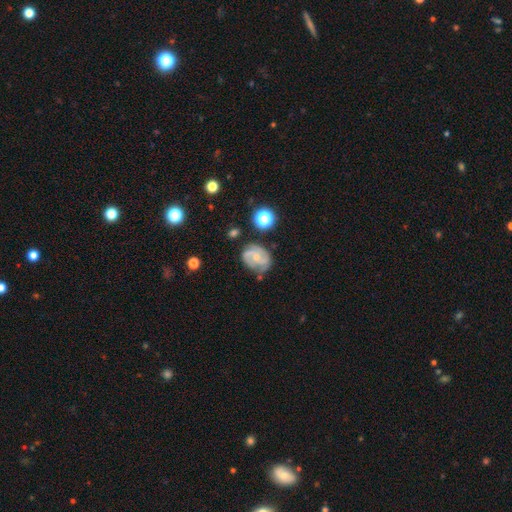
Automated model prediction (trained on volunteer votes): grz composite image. It shows a featured or disk galaxy (74%) with no bar (60%), 2 (57%) medium (44%) spiral arms (90%) and a small central bulge (61%). Merging: none (59%).